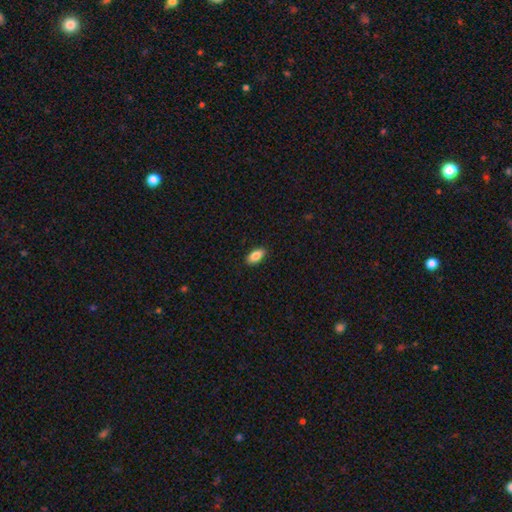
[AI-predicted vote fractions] This appears to be a smooth galaxy with no disk features (86%) that is in between round and cigar-shaped (91%). Merging: none (89%).